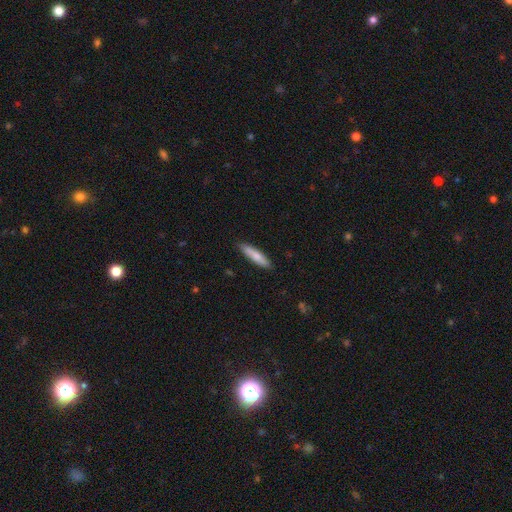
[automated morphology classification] This appears to be a smooth galaxy with no disk features (75%) that is cigar-shaped (81%). Merging: none (88%).